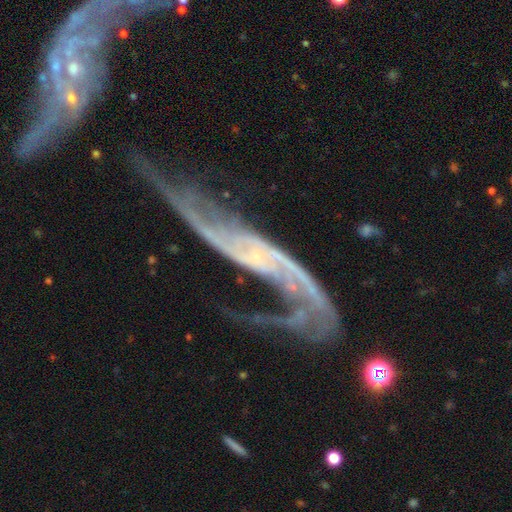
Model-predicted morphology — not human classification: Smooth or featured?
  - featured or disk: 87% *
  - star or artifact: 7%
  - smooth: 6%
Edge-on disk?
  - no: 81% *
  - yes: 19%
Bar?
  - no: 49% *
  - weak: 29%
  - strong: 22%
Spiral arms?
  - yes: 90% *
  - no: 10%
Spiral winding?
  - loose: 78% *
  - medium: 15%
  - tight: 7%
Spiral arm count?
  - 2: 81% *
  - can't tell: 6%
  - 1: 5%
  - 3: 3%
  - 4: 2%
  - more than 4: 2%
Bulge size?
  - small: 50% *
  - none: 39%
  - moderate: 7%
  - large: 2%
  - dominant: 1%
Merging?
  - major disturbance: 36% *
  - none: 33%
  - minor disturbance: 18%
  - merger: 12%